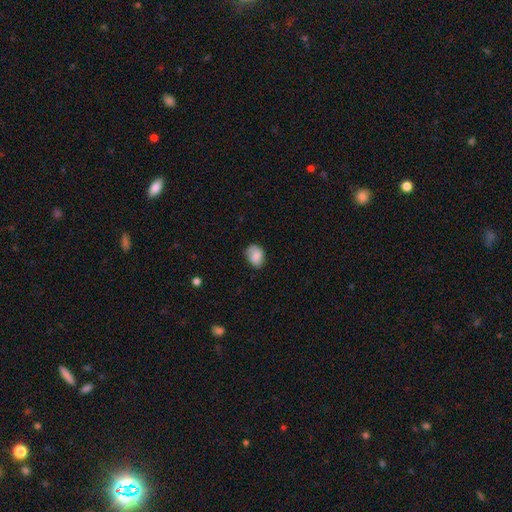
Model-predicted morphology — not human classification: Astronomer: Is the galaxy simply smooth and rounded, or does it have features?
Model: smooth — 83%.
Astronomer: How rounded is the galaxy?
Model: in between — 68%.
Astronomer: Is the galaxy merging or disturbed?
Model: none — 66%.